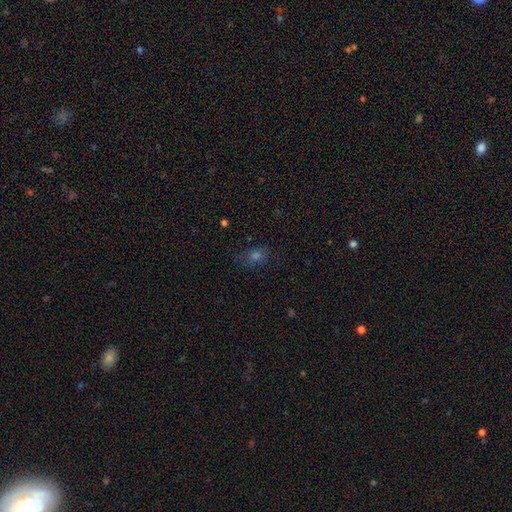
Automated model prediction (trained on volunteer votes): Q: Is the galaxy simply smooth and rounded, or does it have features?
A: smooth — 57%.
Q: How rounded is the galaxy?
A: in between — 54%.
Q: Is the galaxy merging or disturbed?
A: none — 75%.